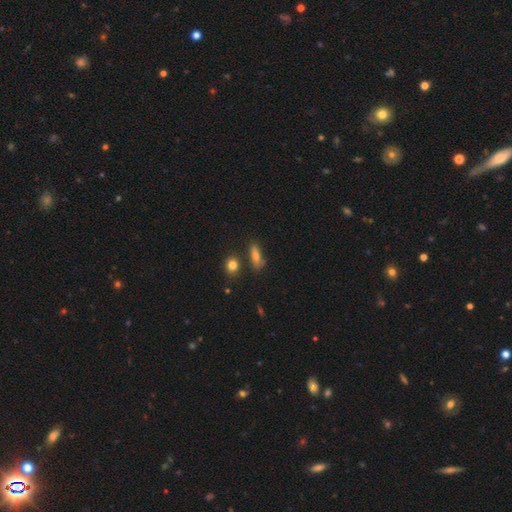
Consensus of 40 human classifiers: Smooth or featured: smooth — 68% (featured or disk — 20%)
How rounded: cigar-shaped — 59% (in between — 37%)
Merging: none — 69% (minor disturbance — 17%)